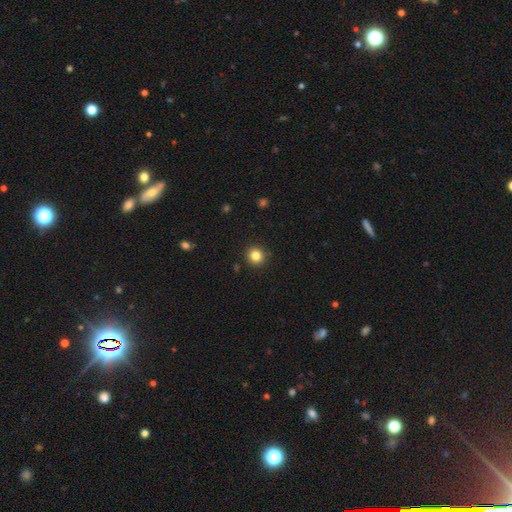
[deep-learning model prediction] Q: Smooth or featured?
A: smooth (83%); runner-up: star or artifact (12%)
Q: How rounded?
A: round (93%); runner-up: in between (7%)
Q: Merging?
A: none (91%); runner-up: minor disturbance (6%)